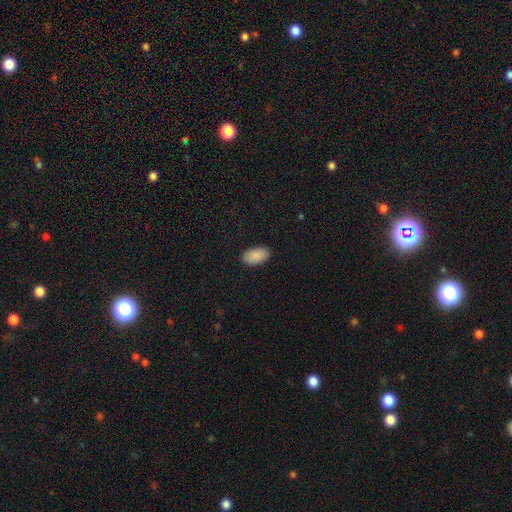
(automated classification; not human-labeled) This is clearly a smooth galaxy (90%). How rounded: clearly in between (95%). Merging: clearly none (88%).